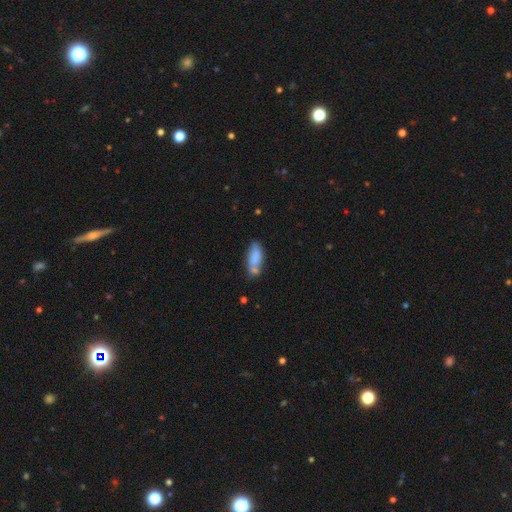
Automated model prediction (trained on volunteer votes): Smooth or featured? Predicted: smooth (p=0.74). How rounded? Predicted: in between (p=0.66). Merging? Predicted: none (p=0.54).